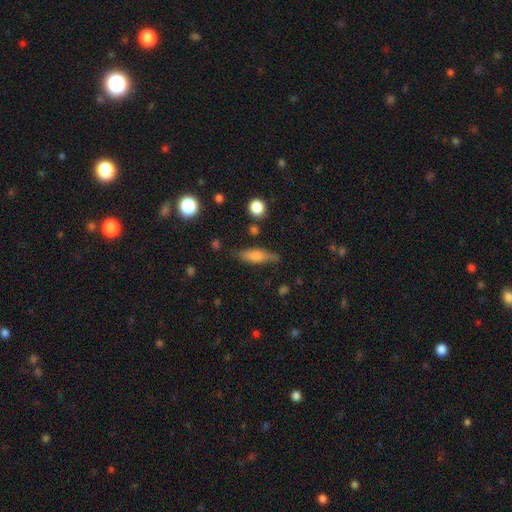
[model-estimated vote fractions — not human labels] The model was most divided on "how rounded": cigar-shaped: 53%, in between: 44%, round: 4%. More confident: merging — none (75%); smooth or featured — smooth (62%).